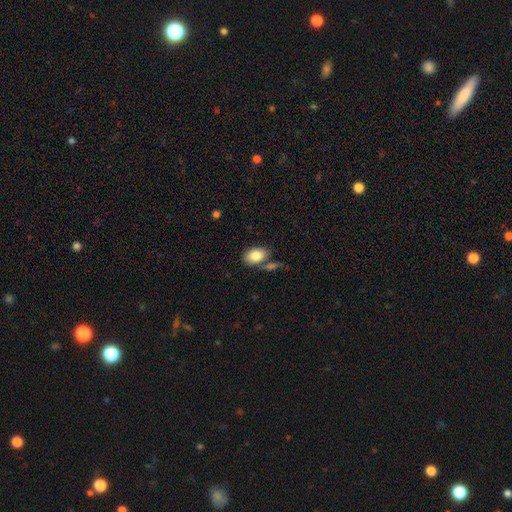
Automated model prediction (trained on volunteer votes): Overall: smooth (83%). How rounded: in between (87%). Merging: none (66%).